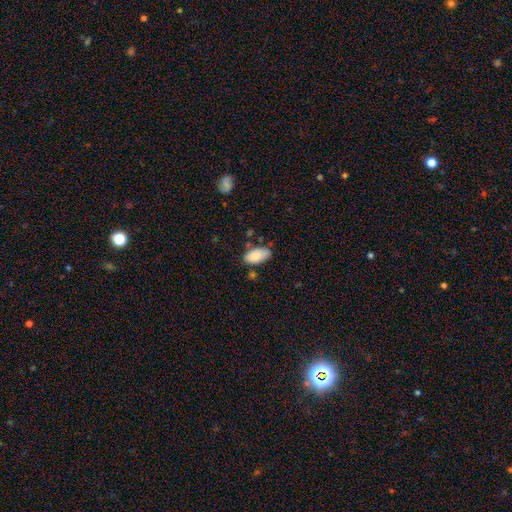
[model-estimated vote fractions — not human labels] The model was most divided on "merging": none: 66%, minor disturbance: 24%, merger: 5%, major disturbance: 5%. More confident: how rounded — in between (94%); smooth or featured — smooth (85%).